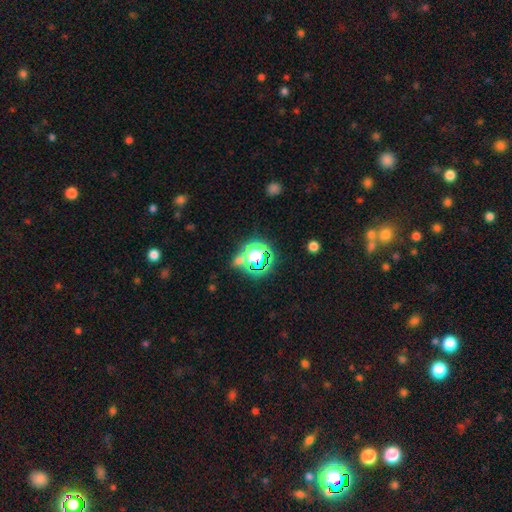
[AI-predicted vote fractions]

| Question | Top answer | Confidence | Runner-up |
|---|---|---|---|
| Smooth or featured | star or artifact | 58% | smooth (31%) |